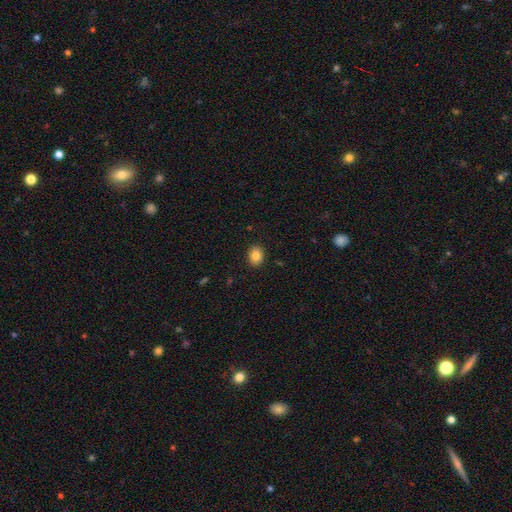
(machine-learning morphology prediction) smooth-or-featured: smooth: 85% | star or artifact: 9% | featured or disk: 6%
  how-rounded: round: 51% | in between: 48% | cigar-shaped: 1%
  merging: none: 90% | minor disturbance: 7% | major disturbance: 2% | merger: 1%